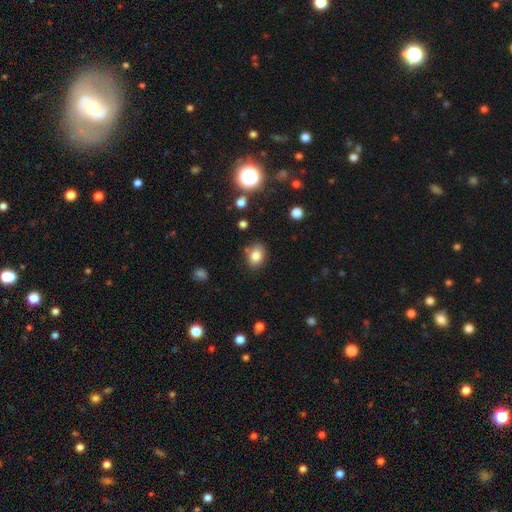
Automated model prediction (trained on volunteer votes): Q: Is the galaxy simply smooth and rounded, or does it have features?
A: smooth — 82%.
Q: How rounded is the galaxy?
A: in between — 68%.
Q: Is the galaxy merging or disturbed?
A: none — 78%.